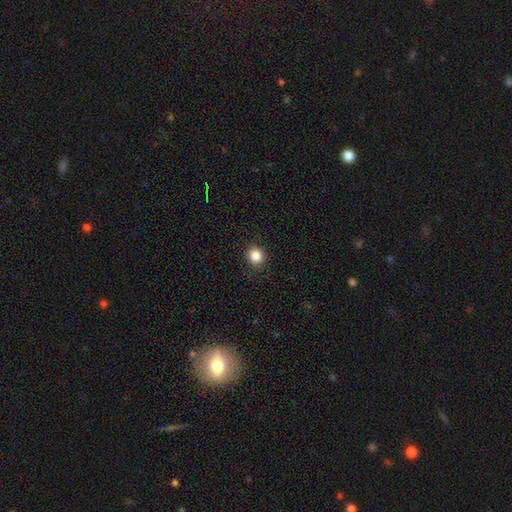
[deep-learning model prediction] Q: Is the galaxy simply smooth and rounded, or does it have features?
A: smooth — 85%.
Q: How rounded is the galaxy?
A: round — 91%.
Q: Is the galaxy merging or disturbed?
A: none — 91%.